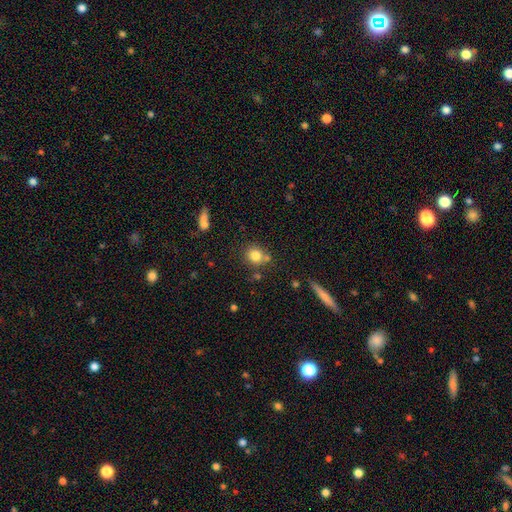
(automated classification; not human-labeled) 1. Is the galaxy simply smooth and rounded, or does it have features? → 80% smooth, 12% star or artifact, 8% featured or disk.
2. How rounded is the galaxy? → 85% round, 14% in between, 1% cigar-shaped.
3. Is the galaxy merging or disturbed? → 67% none, 17% merger, 12% minor disturbance, 4% major disturbance.